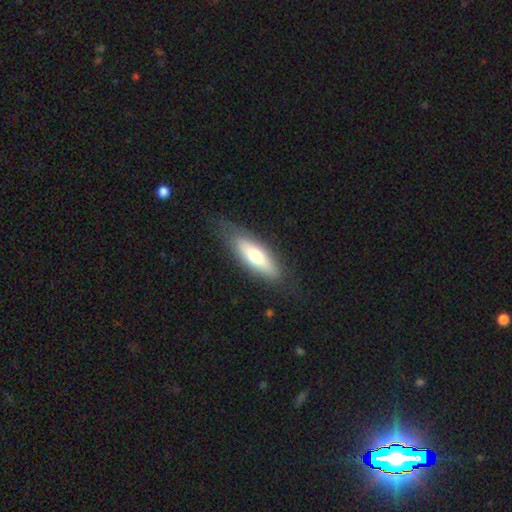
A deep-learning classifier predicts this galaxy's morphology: Smooth or featured?
  - smooth: 63% *
  - featured or disk: 31%
  - star or artifact: 6%
How rounded?
  - in between: 59% *
  - cigar-shaped: 39%
  - round: 2%
Merging?
  - none: 73% *
  - minor disturbance: 19%
  - major disturbance: 7%
  - merger: 1%